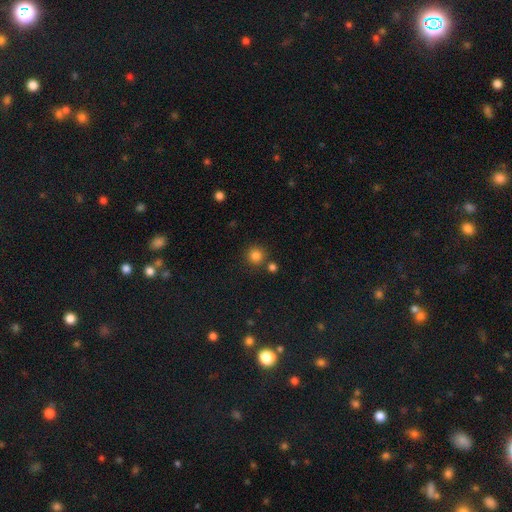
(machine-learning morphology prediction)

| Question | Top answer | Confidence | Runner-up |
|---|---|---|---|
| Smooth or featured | smooth | 83% | star or artifact (13%) |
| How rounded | round | 93% | in between (6%) |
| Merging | none | 80% | merger (9%) |